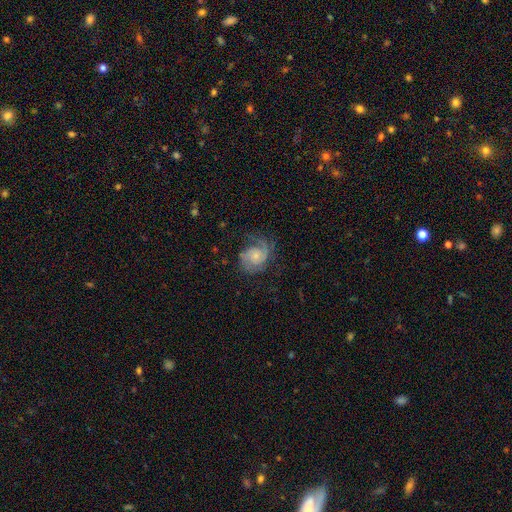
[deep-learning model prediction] Morphology: type=featured or disk (77%); edge-on=no (98%); bar=no (71%); spiral arms=yes (94%); winding=medium (41%); arm count=2 (51%); bulge=small (59%); merging=none (59%).